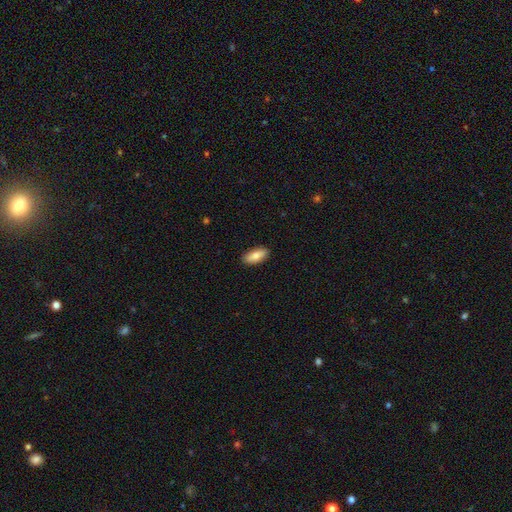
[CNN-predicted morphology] smooth_or_featured: smooth (p=0.82) [alt: featured or disk p=0.12]
how_rounded: in between (p=0.85) [alt: cigar-shaped p=0.13]
merging: none (p=0.90) [alt: minor disturbance p=0.07]